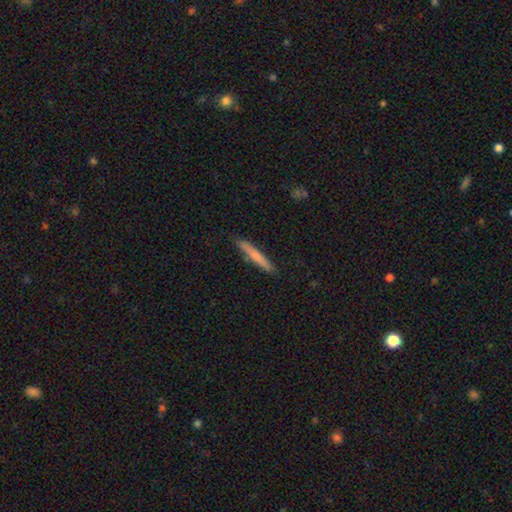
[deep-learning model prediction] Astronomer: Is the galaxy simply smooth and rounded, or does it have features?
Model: smooth — 69%.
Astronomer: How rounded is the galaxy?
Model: cigar-shaped — 95%.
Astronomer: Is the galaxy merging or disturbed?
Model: none — 86%.